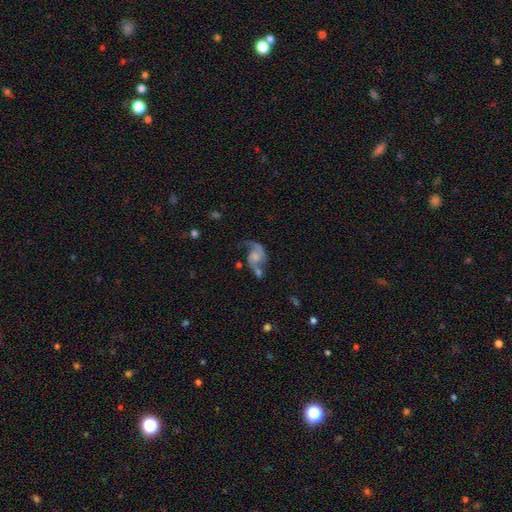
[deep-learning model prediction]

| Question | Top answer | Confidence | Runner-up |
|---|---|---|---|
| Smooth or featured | featured or disk | 78% | smooth (15%) |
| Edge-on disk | no | 97% | yes (3%) |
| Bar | no | 67% | weak (28%) |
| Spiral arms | yes | 91% | no (9%) |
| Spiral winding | loose | 61% | medium (31%) |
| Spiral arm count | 2 | 79% | 1 (15%) |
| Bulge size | small | 33% | moderate (31%) |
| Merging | none | 36% | major disturbance (23%) |